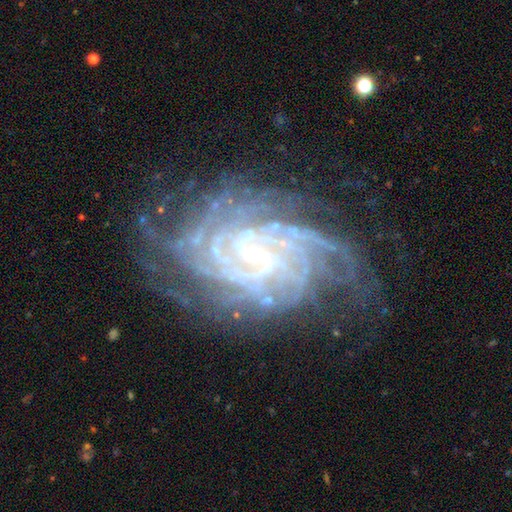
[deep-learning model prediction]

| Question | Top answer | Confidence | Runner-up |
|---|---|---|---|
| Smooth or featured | featured or disk | 90% | star or artifact (6%) |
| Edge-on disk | no | 97% | yes (3%) |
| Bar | weak | 44% | no (30%) |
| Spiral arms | yes | 98% | no (2%) |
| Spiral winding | tight | 77% | medium (20%) |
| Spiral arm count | more than 4 | 30% | 4 (21%) |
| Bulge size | small | 75% | moderate (14%) |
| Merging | none | 70% | minor disturbance (19%) |